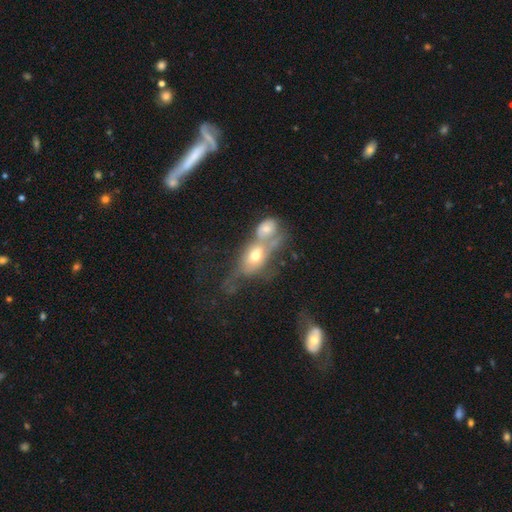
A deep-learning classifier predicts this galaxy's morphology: This is possibly a smooth galaxy (48%). Merging: likely merger (67%).